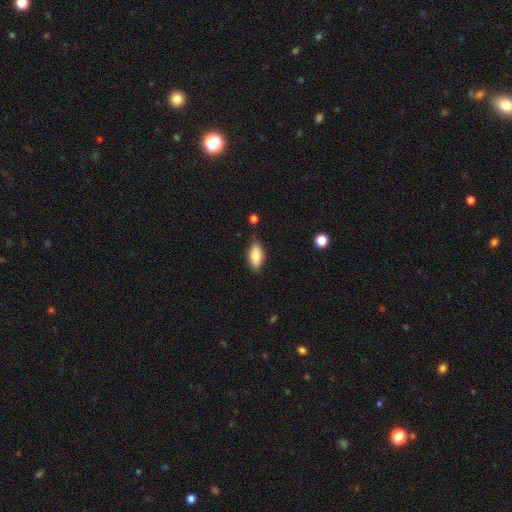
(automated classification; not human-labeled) Q: Smooth or featured?
A: smooth (79%); runner-up: featured or disk (14%)
Q: How rounded?
A: in between (87%); runner-up: cigar-shaped (10%)
Q: Merging?
A: none (73%); runner-up: minor disturbance (20%)